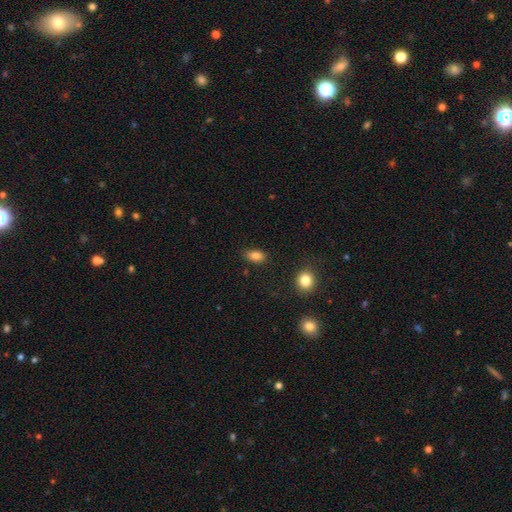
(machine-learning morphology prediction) smooth-or-featured: smooth: 85% | star or artifact: 9% | featured or disk: 6%
  how-rounded: in between: 87% | round: 9% | cigar-shaped: 3%
  merging: none: 83% | minor disturbance: 12% | major disturbance: 3% | merger: 2%